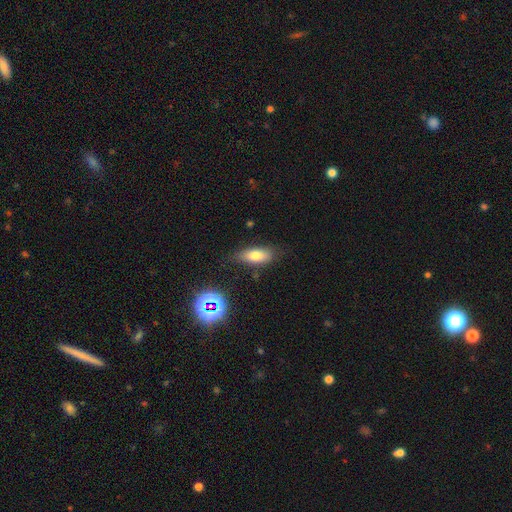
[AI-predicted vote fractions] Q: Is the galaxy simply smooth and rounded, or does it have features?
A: smooth — 72%.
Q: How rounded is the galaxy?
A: in between — 78%.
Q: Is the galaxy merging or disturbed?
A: none — 73%.